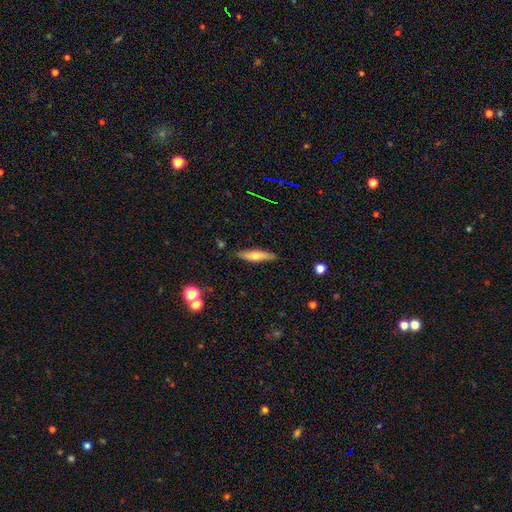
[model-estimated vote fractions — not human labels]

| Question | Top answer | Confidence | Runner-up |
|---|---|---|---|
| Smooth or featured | smooth | 56% | featured or disk (37%) |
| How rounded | cigar-shaped | 75% | in between (23%) |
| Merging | none | 86% | minor disturbance (11%) |